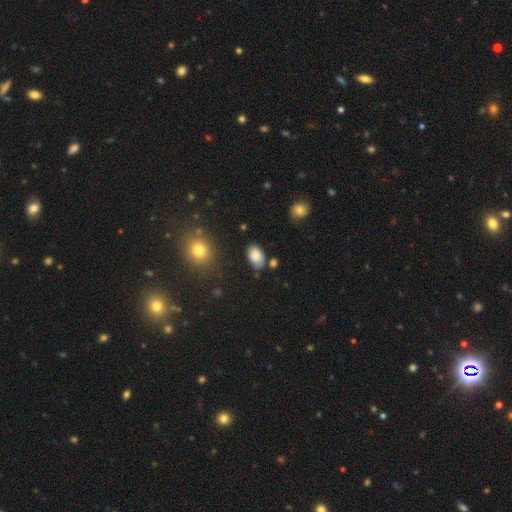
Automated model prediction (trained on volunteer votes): A smooth galaxy with no disk features (81%) that is in between round and cigar-shaped (92%). Merging: none (77%).